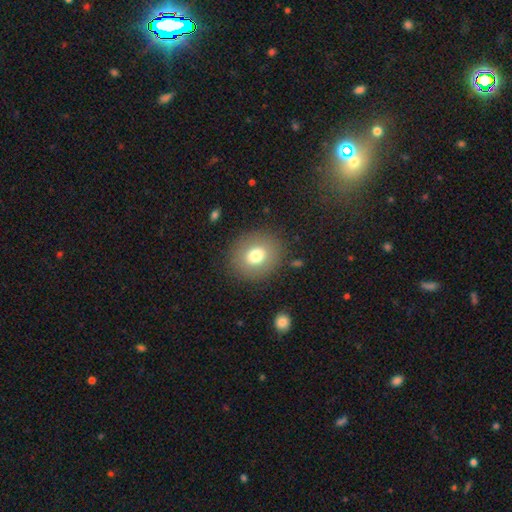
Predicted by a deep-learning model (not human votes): Smooth or featured: smooth — 73% (featured or disk — 16%)
How rounded: round — 74% (in between — 25%)
Merging: none — 86% (minor disturbance — 9%)